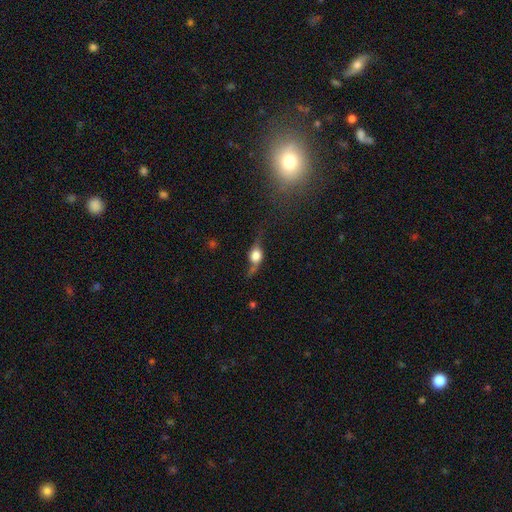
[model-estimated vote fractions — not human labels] The model was most divided on "smooth or featured": smooth: 46%, featured or disk: 43%, star or artifact: 11%. Remaining: merging — none (43%).